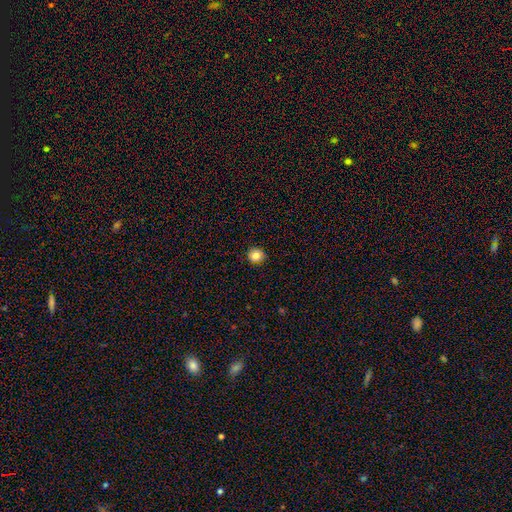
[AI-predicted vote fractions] A smooth galaxy with no disk features (85%) that is round (93%).

Vote fractions:
- Smooth or featured? smooth: 85% / star or artifact: 10% / featured or disk: 5%
- How rounded? round: 93% / in between: 6% / cigar-shaped: 1%
- Merging? none: 91% / minor disturbance: 6% / major disturbance: 2% / merger: 1%